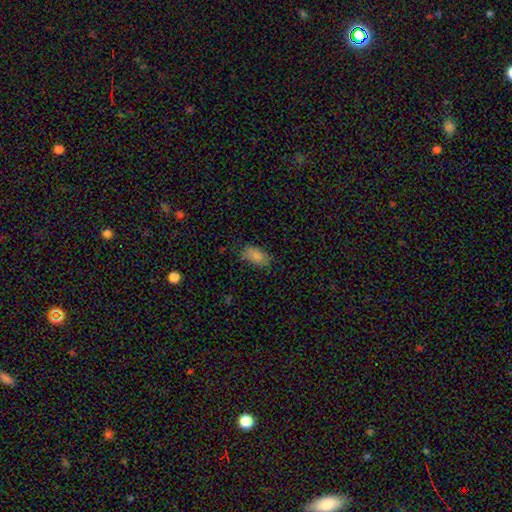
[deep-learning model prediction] Smooth or featured? Predicted: smooth (p=0.84). How rounded? Predicted: in between (p=0.92). Merging? Predicted: none (p=0.72).